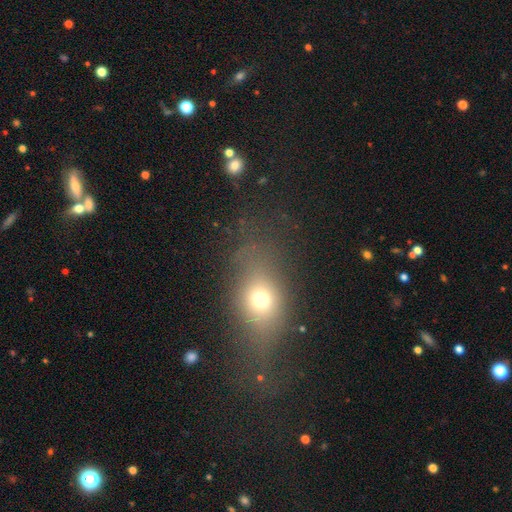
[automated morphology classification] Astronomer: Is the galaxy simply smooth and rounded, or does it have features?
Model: smooth — 60%.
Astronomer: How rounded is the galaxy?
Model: in between — 60%.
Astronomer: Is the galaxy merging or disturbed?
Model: none — 70%.